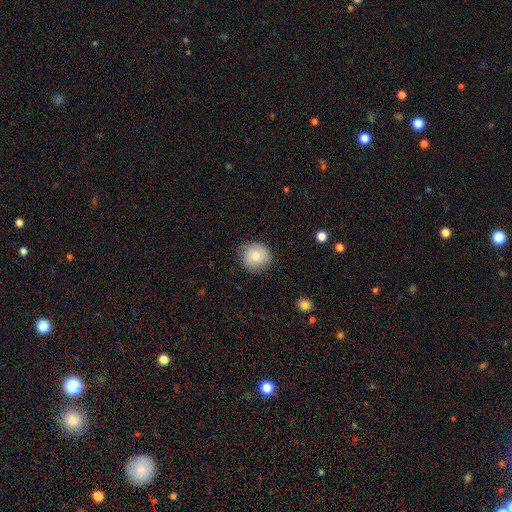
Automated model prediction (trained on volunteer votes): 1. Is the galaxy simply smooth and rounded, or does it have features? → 78% smooth, 14% featured or disk, 7% star or artifact.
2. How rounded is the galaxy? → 83% round, 16% in between, 1% cigar-shaped.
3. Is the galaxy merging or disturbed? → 78% none, 17% minor disturbance, 4% major disturbance, 1% merger.